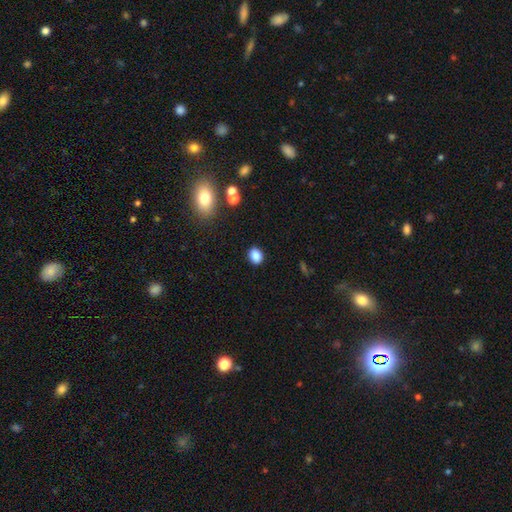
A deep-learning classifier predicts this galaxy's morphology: Smooth or featured? Predicted: smooth (p=0.86). How rounded? Predicted: in between (p=0.61). Merging? Predicted: none (p=0.88).